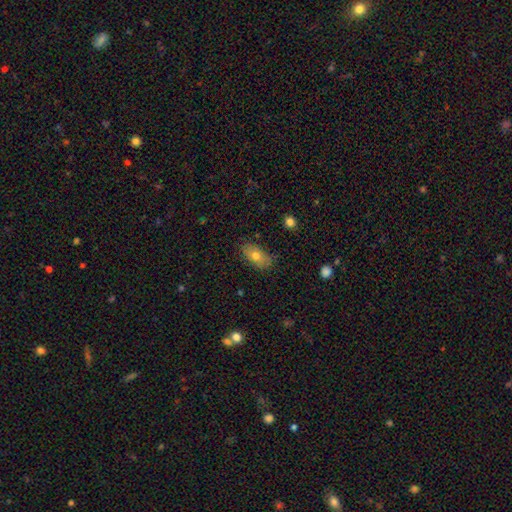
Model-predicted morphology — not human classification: Q: Smooth or featured?
A: smooth (73%); runner-up: featured or disk (20%)
Q: How rounded?
A: in between (91%); runner-up: round (6%)
Q: Merging?
A: none (81%); runner-up: minor disturbance (15%)